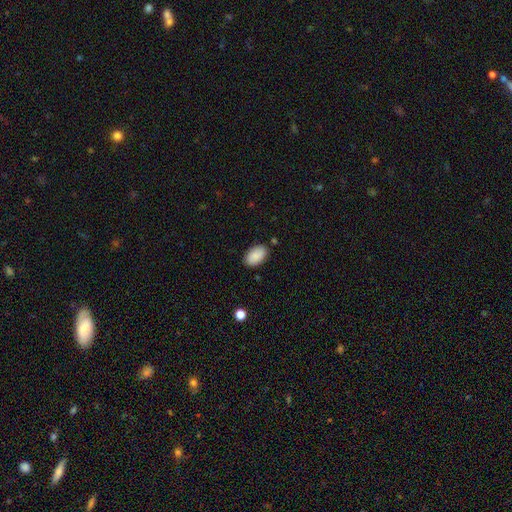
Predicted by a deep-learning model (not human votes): Smooth or featured? smooth (89%)
How rounded? in between (94%)
Merging? none (86%)